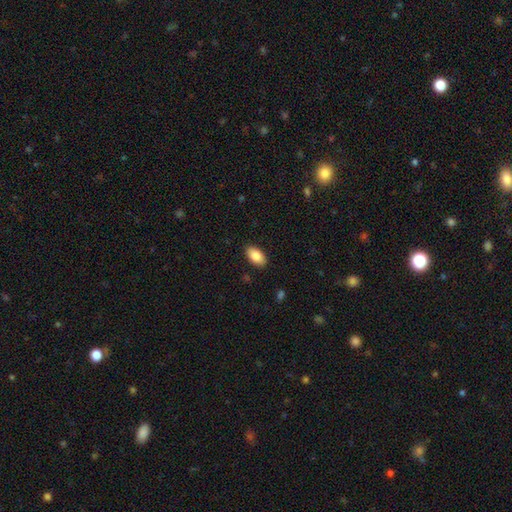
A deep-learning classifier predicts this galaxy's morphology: smooth-or-featured: smooth: 85% | featured or disk: 8% | star or artifact: 7%
  how-rounded: in between: 94% | round: 3% | cigar-shaped: 3%
  merging: none: 89% | minor disturbance: 8% | major disturbance: 2% | merger: 1%